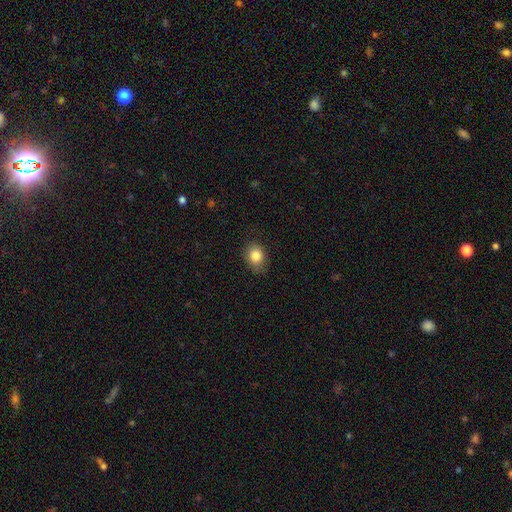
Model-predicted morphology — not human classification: A smooth galaxy with no disk features (84%) that is in between round and cigar-shaped (51%). Merging: none (80%).